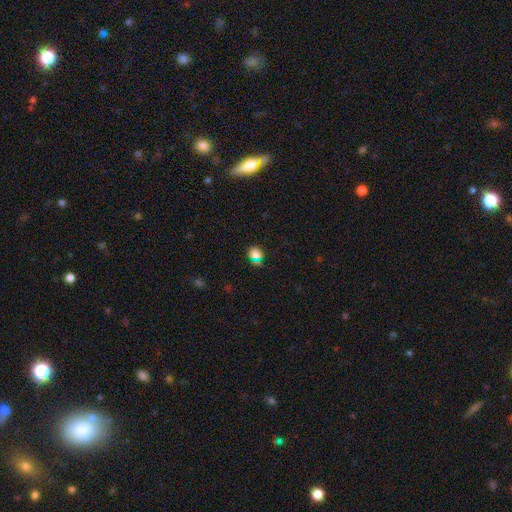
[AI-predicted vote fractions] Smooth or featured? Predicted: smooth (p=0.70). How rounded? Predicted: round (p=0.62). Merging? Predicted: none (p=0.76).